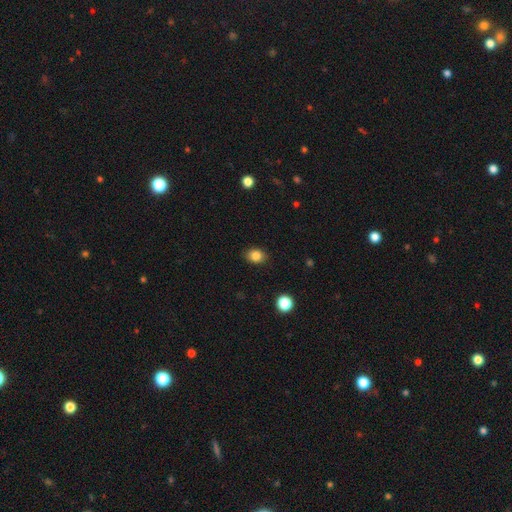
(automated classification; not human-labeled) Smooth or featured? Predicted: smooth (p=0.85). How rounded? Predicted: in between (p=0.62). Merging? Predicted: none (p=0.87).